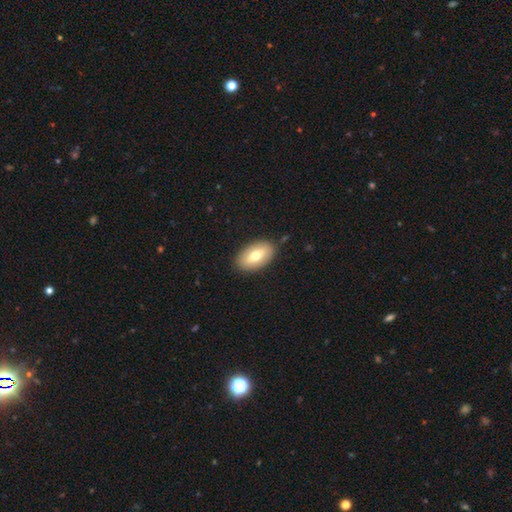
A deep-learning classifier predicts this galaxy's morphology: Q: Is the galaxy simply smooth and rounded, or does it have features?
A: smooth — 67%.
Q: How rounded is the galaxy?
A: in between — 94%.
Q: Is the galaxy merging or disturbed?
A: none — 85%.